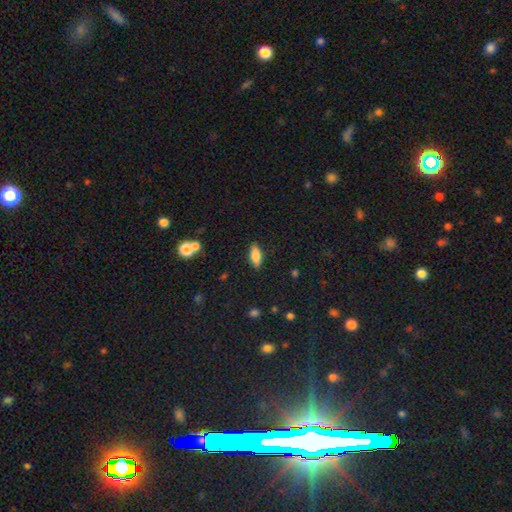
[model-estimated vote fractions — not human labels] smooth 82%, featured or disk 11%, star or artifact 8%. Down the decision tree: how rounded — in between (76%); merging — none (87%).